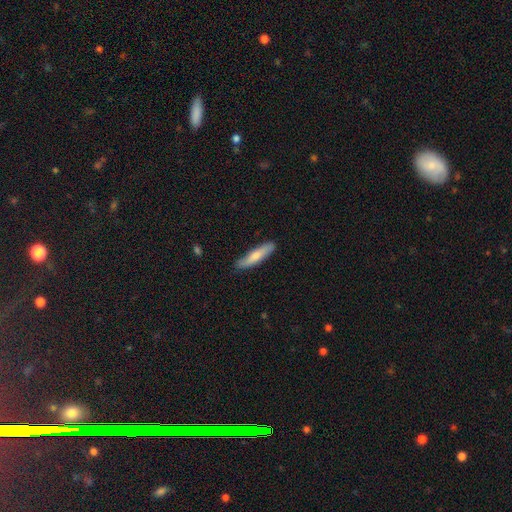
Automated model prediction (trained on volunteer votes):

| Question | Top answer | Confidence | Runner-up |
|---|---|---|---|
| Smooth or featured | smooth | 69% | featured or disk (25%) |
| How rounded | cigar-shaped | 83% | in between (16%) |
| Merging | none | 84% | minor disturbance (13%) |